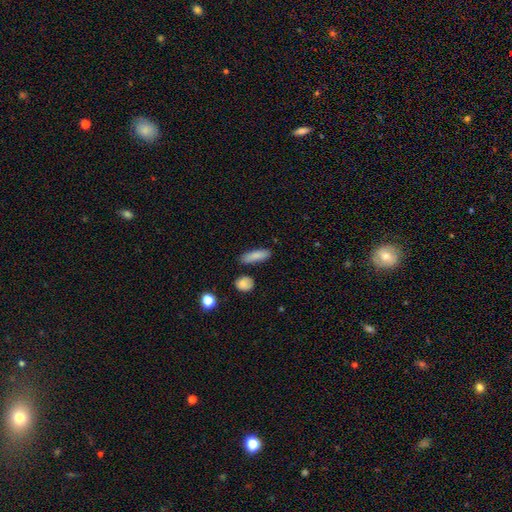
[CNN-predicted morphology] A smooth galaxy with no disk features (85%) that is in between round and cigar-shaped (49%). Merging: none (81%).